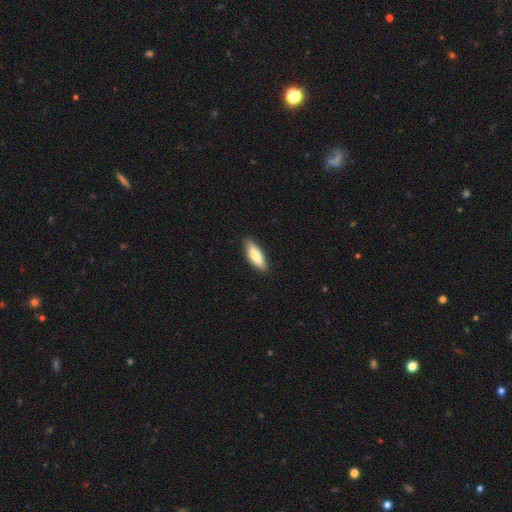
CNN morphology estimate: Smooth or featured? smooth (80%)
How rounded? in between (55%)
Merging? none (87%)